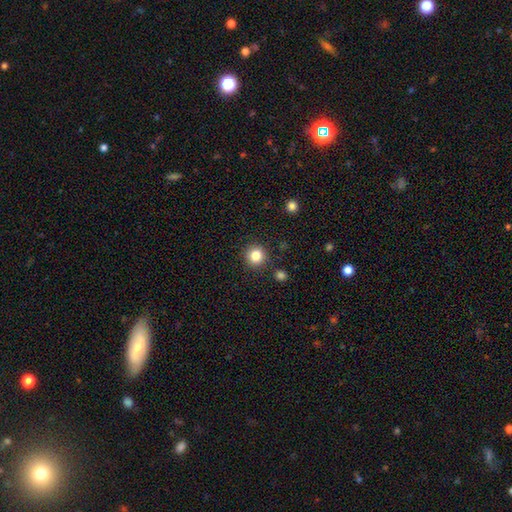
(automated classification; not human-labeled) This appears to be a smooth galaxy with no disk features (83%) that is round (94%). Merging: none (89%).